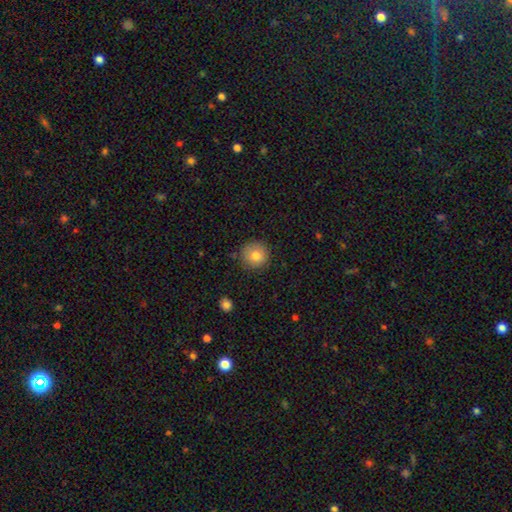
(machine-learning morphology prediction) Q: Smooth or featured?
A: smooth (80%); runner-up: star or artifact (10%)
Q: How rounded?
A: round (94%); runner-up: in between (5%)
Q: Merging?
A: none (87%); runner-up: minor disturbance (9%)